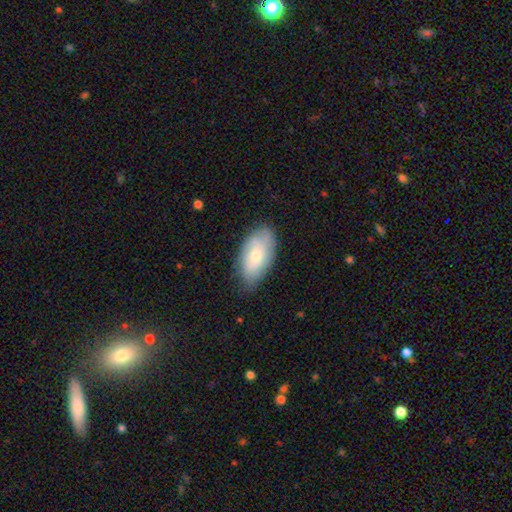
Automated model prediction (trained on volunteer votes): Morphology: type=smooth (60%); roundness=in between (93%); merging=none (73%).